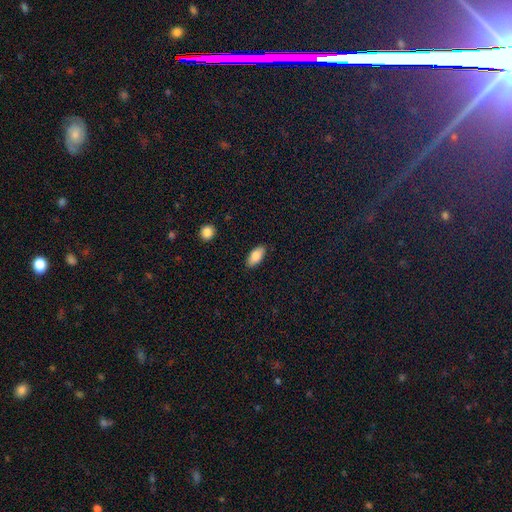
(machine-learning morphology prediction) Smooth or featured? Predicted: smooth (p=0.84). How rounded? Predicted: in between (p=0.90). Merging? Predicted: none (p=0.87).